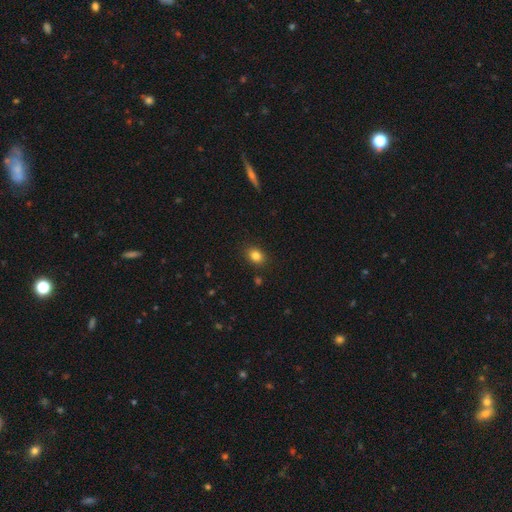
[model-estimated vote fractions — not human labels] Smooth or featured? Predicted: smooth (p=0.83). How rounded? Predicted: in between (p=0.55). Merging? Predicted: none (p=0.87).